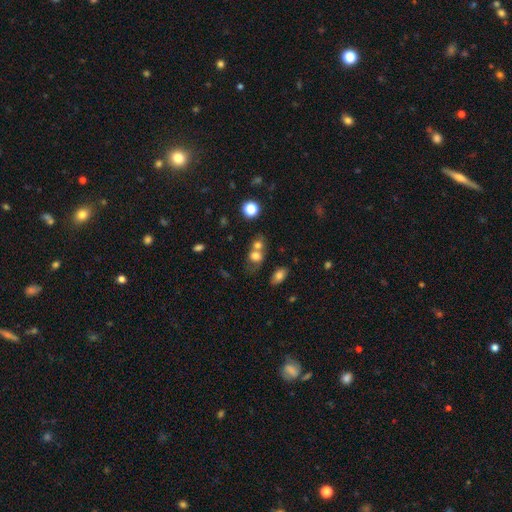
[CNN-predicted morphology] Smooth or featured: smooth — 72% (featured or disk — 14%)
How rounded: round — 55% (in between — 44%)
Merging: merger — 52% (none — 33%)